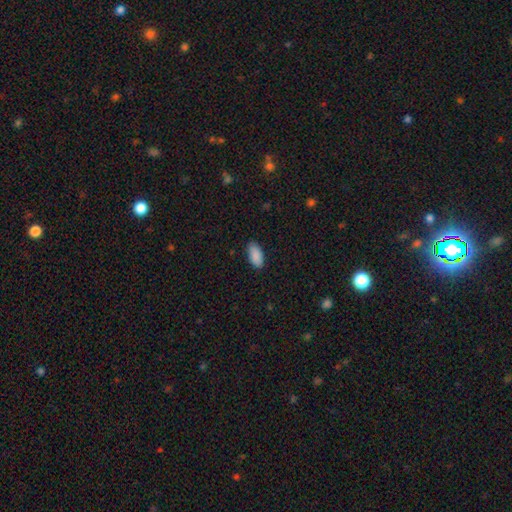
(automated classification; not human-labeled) Smooth or featured? Predicted: smooth (p=0.91). How rounded? Predicted: in between (p=0.92). Merging? Predicted: none (p=0.87).